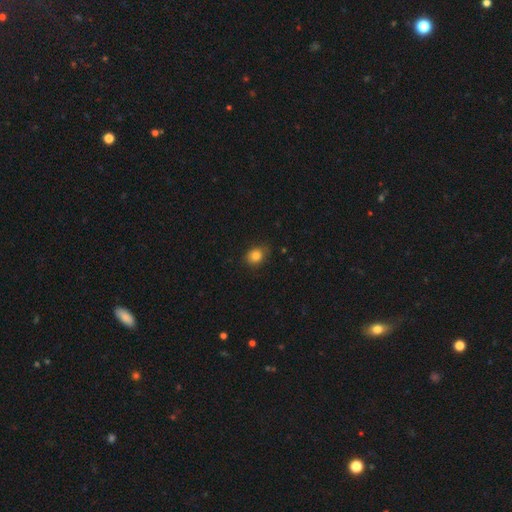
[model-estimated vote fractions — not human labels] Overall: smooth (83%). How rounded: round (58%; in between 41%). Merging: none (76%).